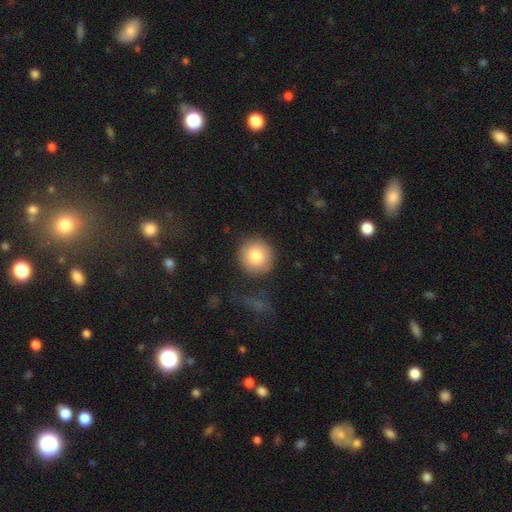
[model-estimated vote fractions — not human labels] A smooth galaxy with no disk features (82%) that is round (93%).

Vote fractions:
- Smooth or featured? smooth: 82% / featured or disk: 10% / star or artifact: 8%
- How rounded? round: 93% / in between: 6% / cigar-shaped: 1%
- Merging? none: 83% / minor disturbance: 10% / major disturbance: 5% / merger: 3%